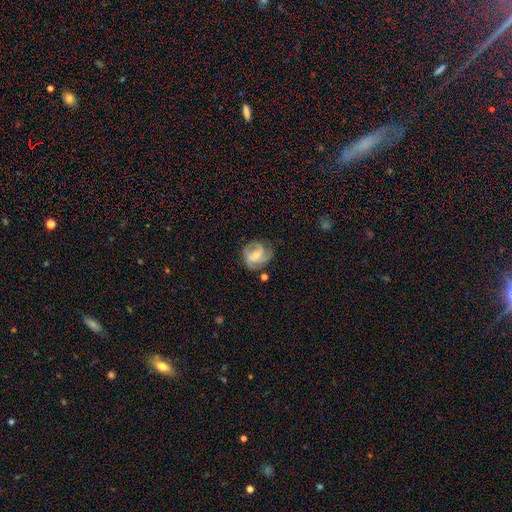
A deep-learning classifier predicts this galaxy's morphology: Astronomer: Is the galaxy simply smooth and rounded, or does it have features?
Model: featured or disk — 76%.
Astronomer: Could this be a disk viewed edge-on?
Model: no — 98%.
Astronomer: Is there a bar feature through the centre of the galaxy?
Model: weak — 47% (runner-up: no, 33%).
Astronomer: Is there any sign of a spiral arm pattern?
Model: yes — 92%.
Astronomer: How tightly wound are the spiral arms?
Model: medium — 44% (runner-up: tight, 40%).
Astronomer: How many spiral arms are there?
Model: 2 — 35% (runner-up: 3, 33%).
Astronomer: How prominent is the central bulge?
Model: small — 54% (runner-up: moderate, 38%).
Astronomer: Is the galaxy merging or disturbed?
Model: none — 61%.